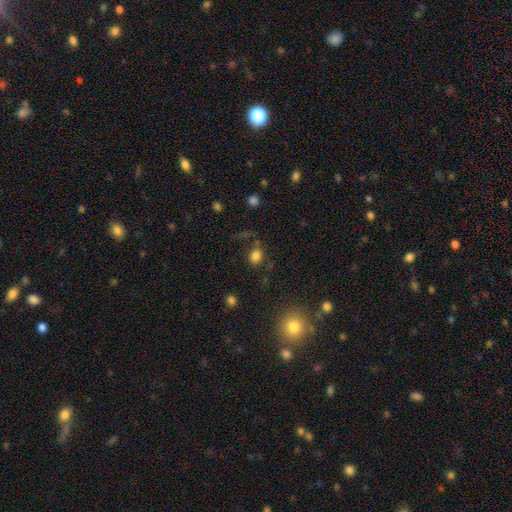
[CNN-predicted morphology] smooth-or-featured: smooth: 79% | star or artifact: 15% | featured or disk: 6%
  how-rounded: round: 58% | in between: 40% | cigar-shaped: 1%
  merging: none: 69% | minor disturbance: 15% | major disturbance: 9% | merger: 7%